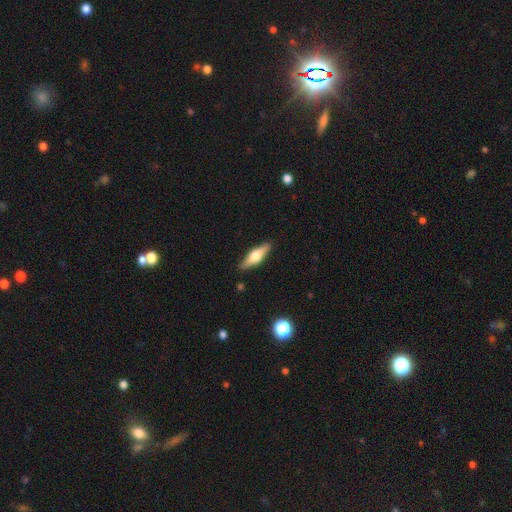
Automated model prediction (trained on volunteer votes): featured or disk 51%, smooth 43%, star or artifact 6%. Down the decision tree: edge-on disk — yes (93%); merging — none (87%).